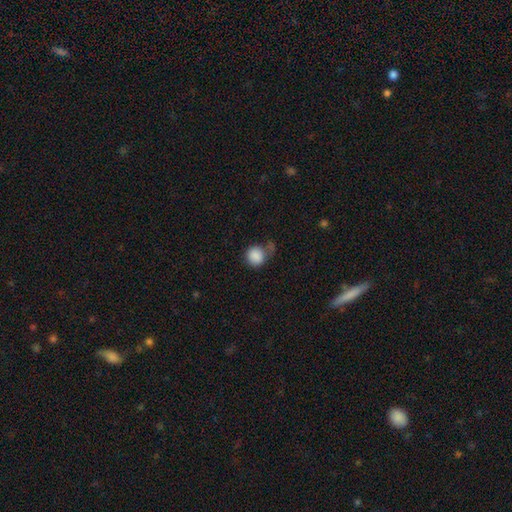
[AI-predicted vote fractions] This appears to be a smooth galaxy with no disk features (88%) that is round (87%). Merging: none (54%).